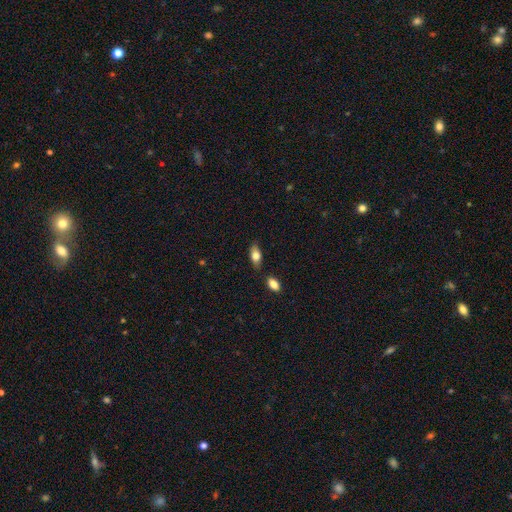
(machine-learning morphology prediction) Q: Smooth or featured?
A: smooth (74%); runner-up: featured or disk (19%)
Q: How rounded?
A: in between (85%); runner-up: cigar-shaped (11%)
Q: Merging?
A: none (79%); runner-up: minor disturbance (13%)